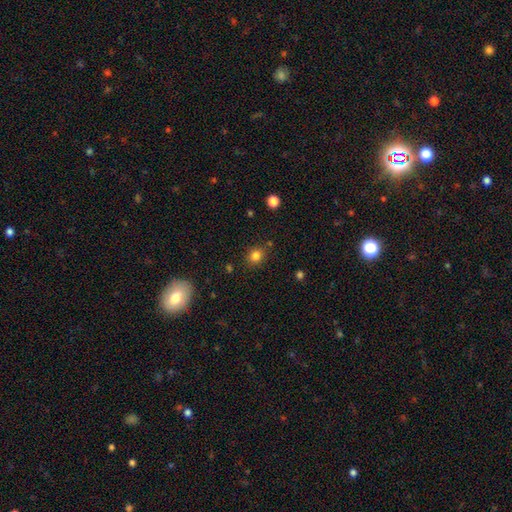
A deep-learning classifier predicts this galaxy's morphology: The model was most divided on "how rounded": round: 74%, in between: 25%, cigar-shaped: 1%. More confident: merging — none (82%); smooth or featured — smooth (81%).